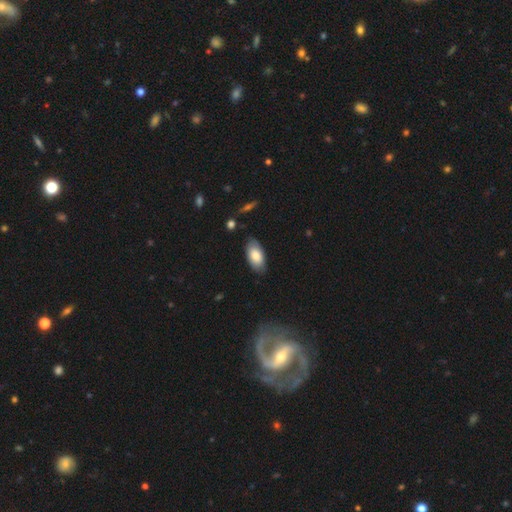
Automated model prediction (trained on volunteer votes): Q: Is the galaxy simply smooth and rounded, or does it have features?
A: smooth — 80%.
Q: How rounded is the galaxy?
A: in between — 94%.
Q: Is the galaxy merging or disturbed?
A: none — 83%.